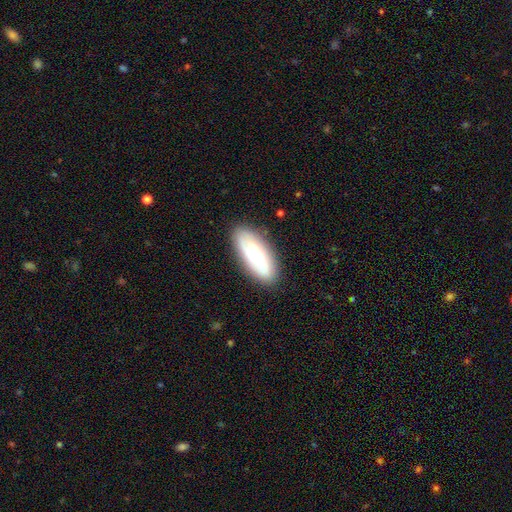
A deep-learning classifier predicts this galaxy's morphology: A smooth galaxy with no disk features (53%) that is in between round and cigar-shaped (74%).

Vote fractions:
- Smooth or featured? smooth: 53% / featured or disk: 40% / star or artifact: 7%
- How rounded? in between: 74% / cigar-shaped: 23% / round: 2%
- Merging? none: 84% / minor disturbance: 12% / major disturbance: 3% / merger: 1%